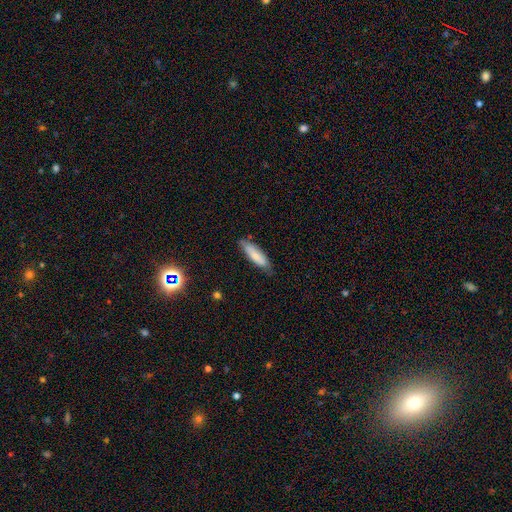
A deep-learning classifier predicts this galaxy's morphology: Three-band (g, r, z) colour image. It shows a smooth galaxy with no disk features (78%) that is cigar-shaped (59%). Merging: none (75%).